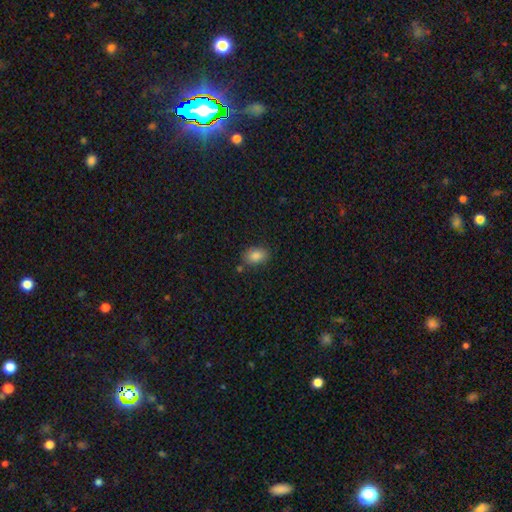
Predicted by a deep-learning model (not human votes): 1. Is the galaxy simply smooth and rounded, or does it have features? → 85% smooth, 9% star or artifact, 6% featured or disk.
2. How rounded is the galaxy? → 79% in between, 19% round, 1% cigar-shaped.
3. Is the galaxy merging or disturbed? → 80% none, 13% minor disturbance, 5% merger, 3% major disturbance.